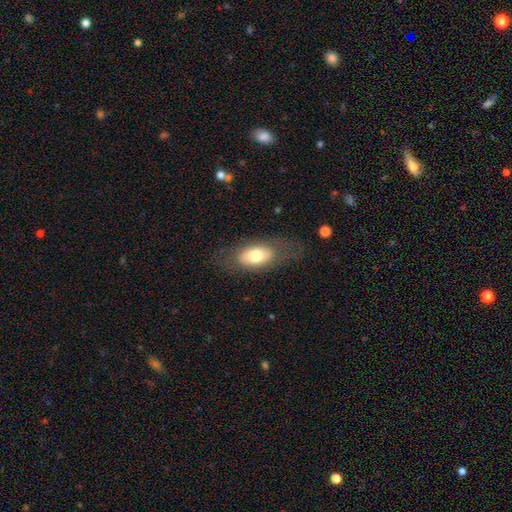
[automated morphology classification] Smooth or featured? Predicted: smooth (p=0.67). How rounded? Predicted: in between (p=0.89). Merging? Predicted: none (p=0.71).